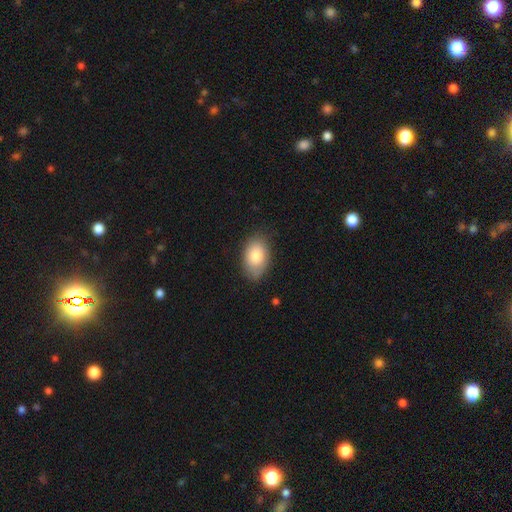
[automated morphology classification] smooth 80%, featured or disk 14%, star or artifact 7%. Down the decision tree: how rounded — in between (91%); merging — none (79%).